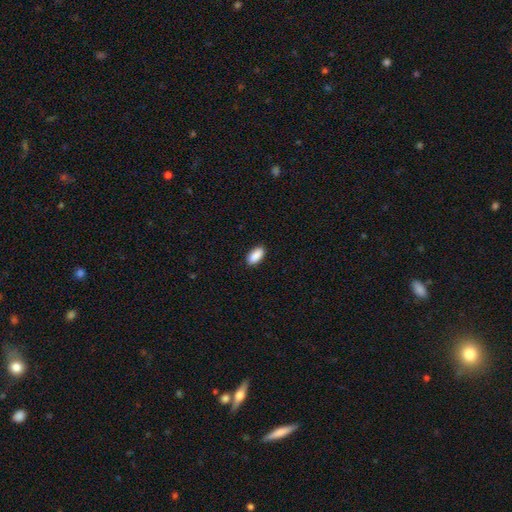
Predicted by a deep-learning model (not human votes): Q: Smooth or featured?
A: smooth (90%); runner-up: star or artifact (7%)
Q: How rounded?
A: in between (90%); runner-up: cigar-shaped (7%)
Q: Merging?
A: none (89%); runner-up: minor disturbance (8%)